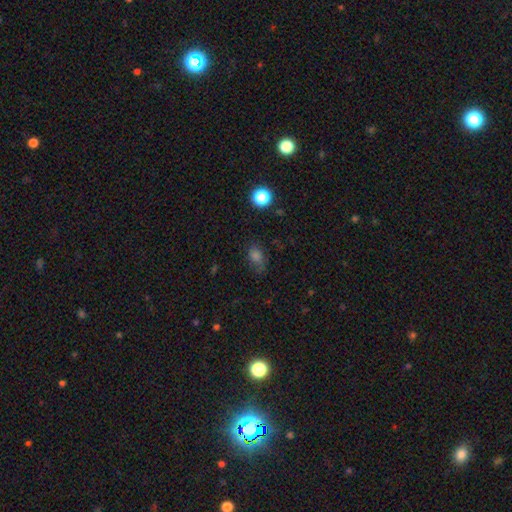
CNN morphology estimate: The model was most divided on "merging": none: 63%, minor disturbance: 24%, major disturbance: 10%, merger: 2%. More confident: how rounded — in between (70%); smooth or featured — smooth (66%).